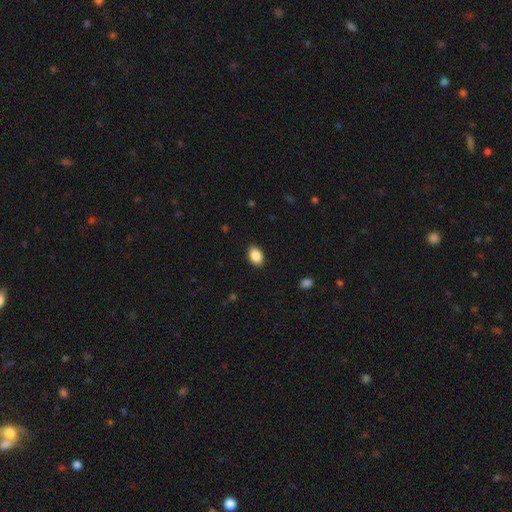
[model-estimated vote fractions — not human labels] A smooth galaxy with no disk features (88%) that is in between round and cigar-shaped (84%).

Vote fractions:
- Smooth or featured? smooth: 88% / star or artifact: 7% / featured or disk: 4%
- How rounded? in between: 84% / round: 15% / cigar-shaped: 1%
- Merging? none: 89% / minor disturbance: 8% / major disturbance: 2% / merger: 1%